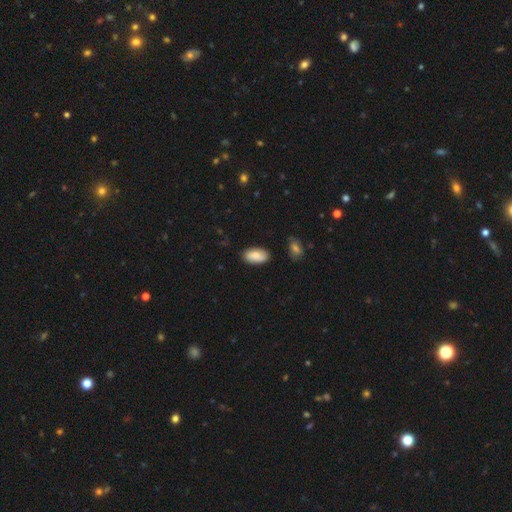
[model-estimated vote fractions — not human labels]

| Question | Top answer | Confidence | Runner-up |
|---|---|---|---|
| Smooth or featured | smooth | 84% | featured or disk (9%) |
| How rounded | in between | 94% | cigar-shaped (3%) |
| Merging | none | 85% | minor disturbance (12%) |